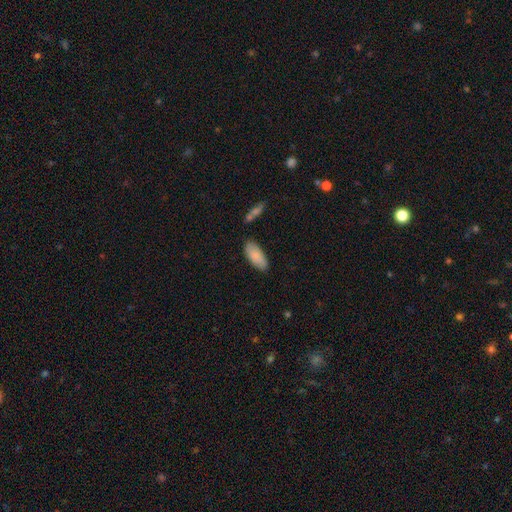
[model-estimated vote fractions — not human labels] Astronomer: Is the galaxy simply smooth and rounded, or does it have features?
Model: smooth — 87%.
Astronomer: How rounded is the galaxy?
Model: in between — 84%.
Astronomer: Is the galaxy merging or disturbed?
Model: none — 82%.